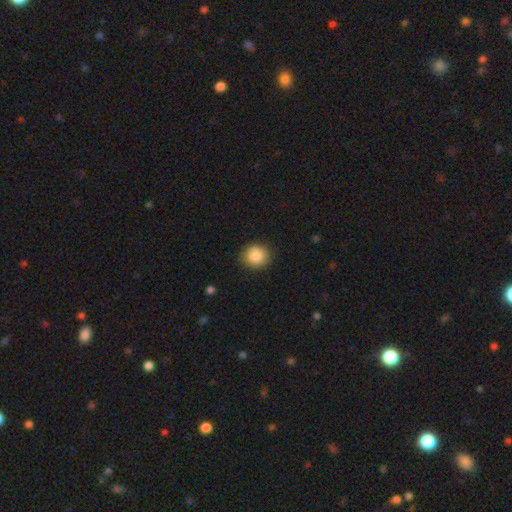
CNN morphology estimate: type=smooth (86%); roundness=round (84%); merging=none (86%).